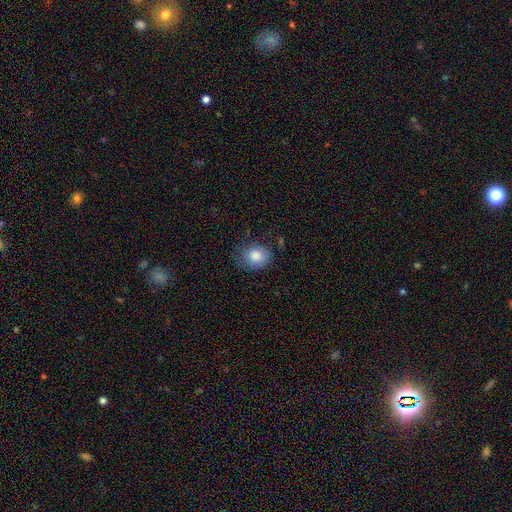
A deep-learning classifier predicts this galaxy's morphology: This appears to be a smooth galaxy with no disk features (84%) that is round (58%). Merging: none (65%).